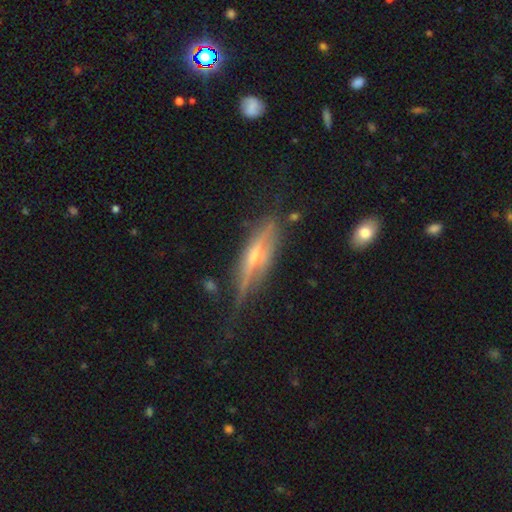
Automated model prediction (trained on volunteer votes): Smooth or featured?
  - featured or disk: 73% *
  - smooth: 19%
  - star or artifact: 8%
Edge-on disk?
  - yes: 90% *
  - no: 10%
Edge-on bulge?
  - rounded: 83% *
  - none: 9%
  - boxy: 8%
Merging?
  - none: 63% *
  - minor disturbance: 24%
  - major disturbance: 9%
  - merger: 3%